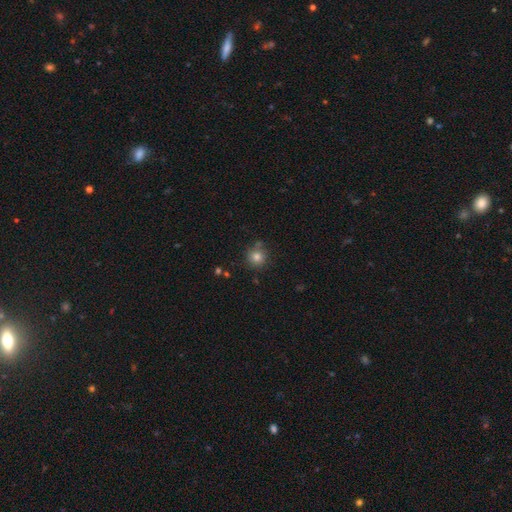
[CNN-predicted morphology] Smooth or featured? smooth (78%)
How rounded? round (93%)
Merging? none (81%)